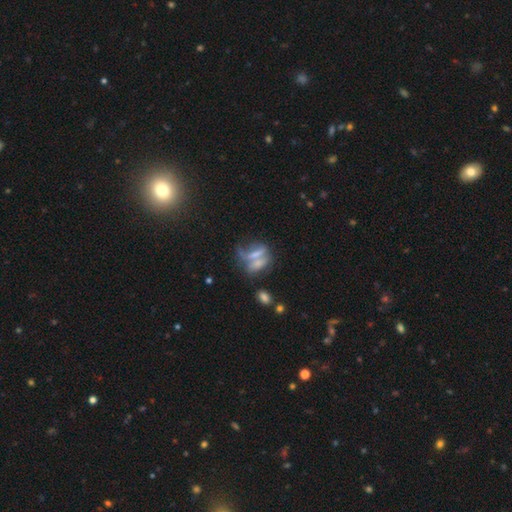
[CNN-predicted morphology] Smooth or featured?
  - smooth: 45% *
  - featured or disk: 37%
  - star or artifact: 18%
Merging?
  - merger: 45% *
  - none: 29%
  - major disturbance: 14%
  - minor disturbance: 12%